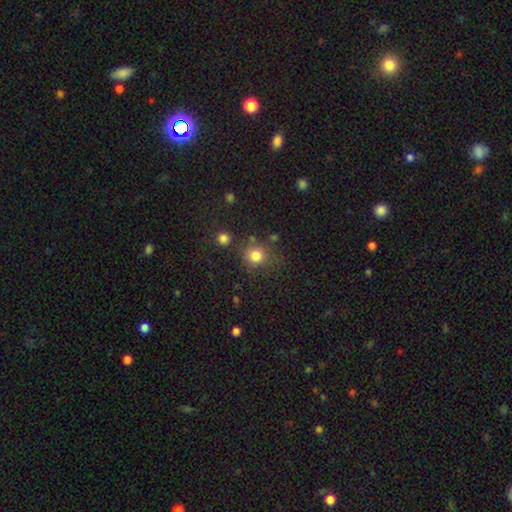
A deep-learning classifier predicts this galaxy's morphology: The model was most divided on "merging": none: 75%, minor disturbance: 12%, merger: 7%, major disturbance: 5%. More confident: how rounded — round (89%); smooth or featured — smooth (81%).